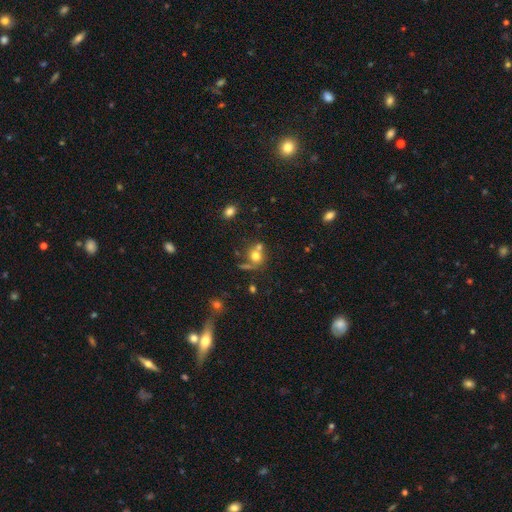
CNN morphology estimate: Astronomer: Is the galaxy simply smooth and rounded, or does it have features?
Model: smooth — 67%.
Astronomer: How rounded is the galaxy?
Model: round — 77%.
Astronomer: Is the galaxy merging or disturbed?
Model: none — 40% (runner-up: merger, 39%).